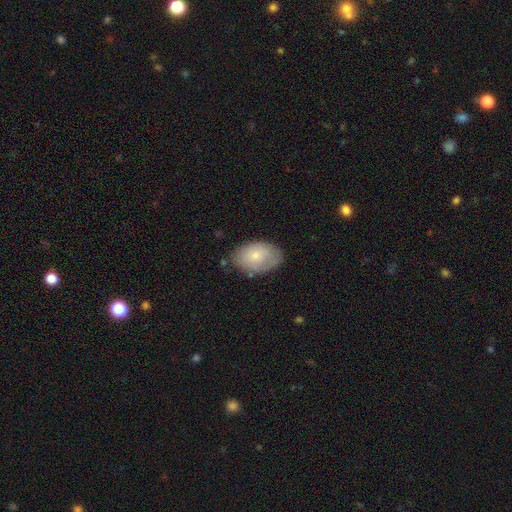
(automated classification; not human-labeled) Smooth or featured? Predicted: smooth (p=0.74). How rounded? Predicted: in between (p=0.89). Merging? Predicted: none (p=0.72).